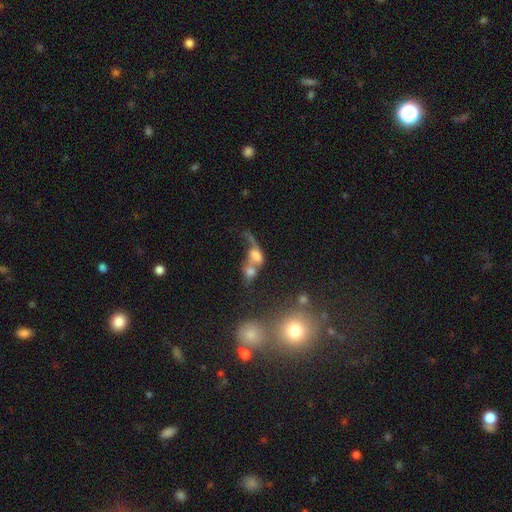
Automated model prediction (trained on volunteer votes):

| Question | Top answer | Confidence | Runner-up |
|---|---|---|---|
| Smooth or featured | featured or disk | 43% | smooth (42%) |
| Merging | merger | 67% | major disturbance (15%) |